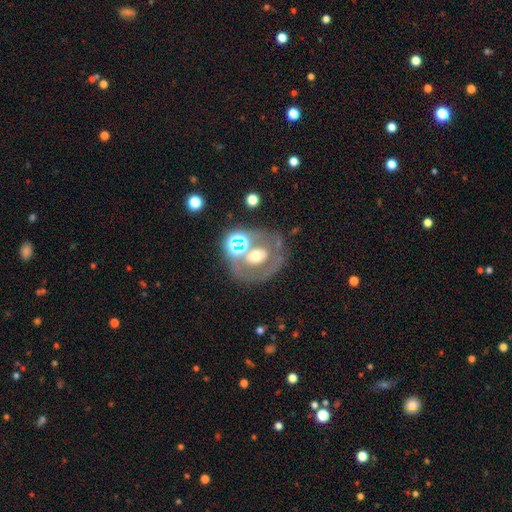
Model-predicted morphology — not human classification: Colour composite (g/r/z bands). It shows a featured or disk galaxy (51%). Merging: none (57%).